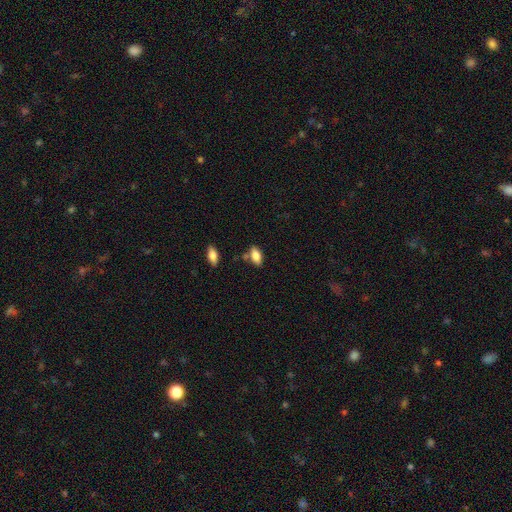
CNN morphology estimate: The model was most divided on "merging": none: 71%, minor disturbance: 16%, merger: 10%, major disturbance: 4%. More confident: how rounded — in between (88%); smooth or featured — smooth (81%).